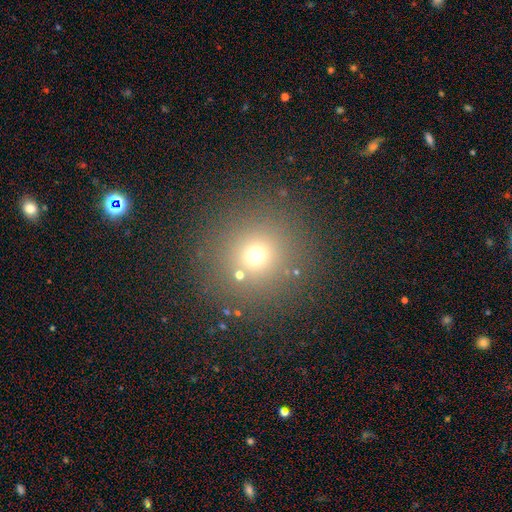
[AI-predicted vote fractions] Q: Smooth or featured?
A: smooth (65%); runner-up: star or artifact (25%)
Q: How rounded?
A: round (92%); runner-up: in between (7%)
Q: Merging?
A: none (84%); runner-up: minor disturbance (7%)